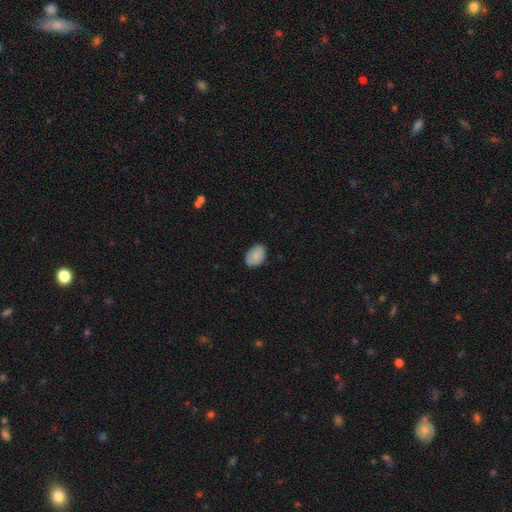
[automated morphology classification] A smooth galaxy with no disk features (82%) that is in between round and cigar-shaped (84%).

Vote fractions:
- Smooth or featured? smooth: 82% / featured or disk: 11% / star or artifact: 7%
- How rounded? in between: 84% / round: 15% / cigar-shaped: 1%
- Merging? none: 81% / minor disturbance: 16% / major disturbance: 3% / merger: 1%